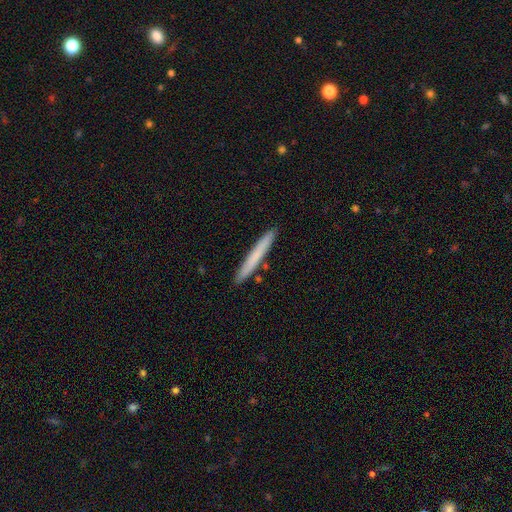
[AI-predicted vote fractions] Q: Smooth or featured?
A: smooth (70%); runner-up: featured or disk (24%)
Q: How rounded?
A: cigar-shaped (97%); runner-up: in between (2%)
Q: Merging?
A: none (91%); runner-up: minor disturbance (6%)